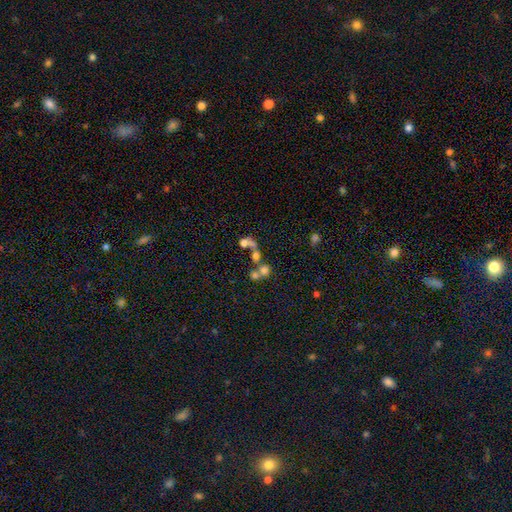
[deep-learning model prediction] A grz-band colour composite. It shows a star or artifact, not a galaxy (53%).